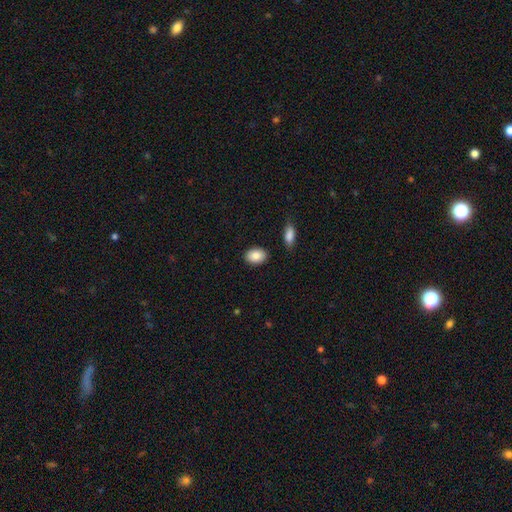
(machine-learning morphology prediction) smooth-or-featured: smooth: 87% | star or artifact: 7% | featured or disk: 6%
  how-rounded: in between: 82% | round: 17% | cigar-shaped: 1%
  merging: none: 87% | minor disturbance: 8% | merger: 3% | major disturbance: 2%